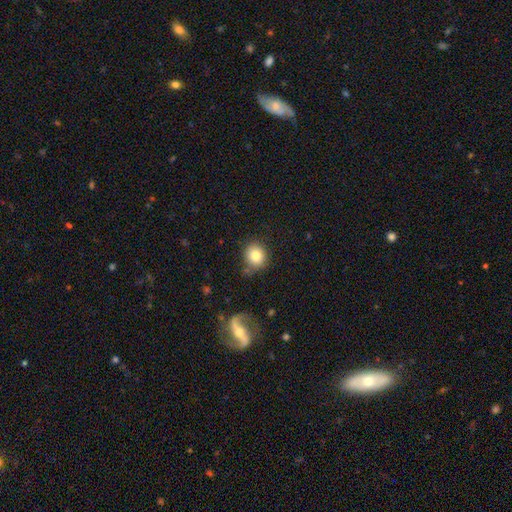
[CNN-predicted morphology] The model was most divided on "merging": none: 74%, minor disturbance: 16%, major disturbance: 5%, merger: 5%. More confident: smooth or featured — smooth (81%); how rounded — round (81%).